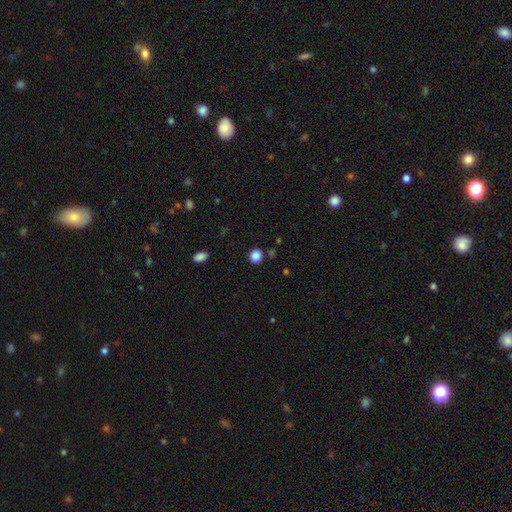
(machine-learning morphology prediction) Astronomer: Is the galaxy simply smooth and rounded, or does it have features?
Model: smooth — 85%.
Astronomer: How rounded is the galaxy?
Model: round — 81%.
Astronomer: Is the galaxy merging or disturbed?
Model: none — 88%.